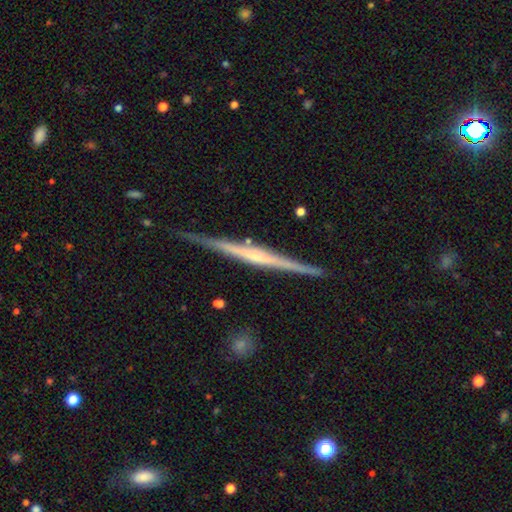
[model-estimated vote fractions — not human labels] This appears to be a featured or disk galaxy (78%) viewed edge-on (98%) with no central bulge (44%). Merging: none (86%).